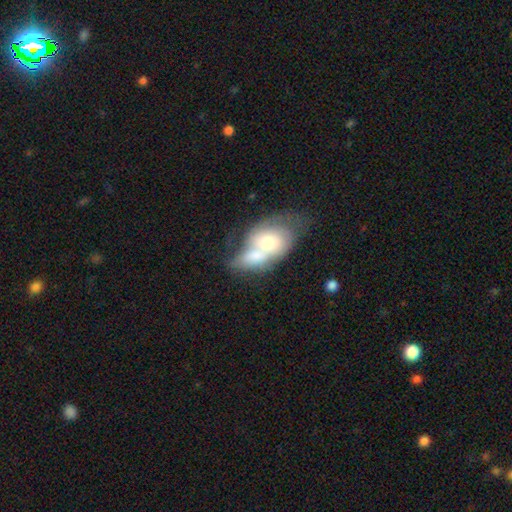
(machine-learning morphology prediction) Q: Smooth or featured?
A: smooth (57%); runner-up: featured or disk (37%)
Q: How rounded?
A: in between (78%); runner-up: round (19%)
Q: Merging?
A: merger (72%); runner-up: none (12%)